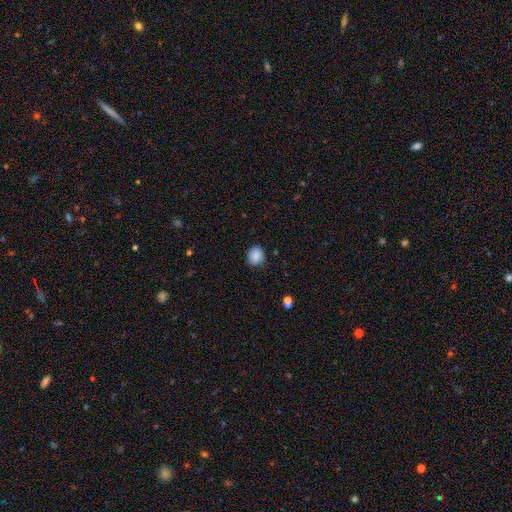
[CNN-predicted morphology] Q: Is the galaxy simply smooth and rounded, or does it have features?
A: smooth — 86%.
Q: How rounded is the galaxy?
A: round — 65%.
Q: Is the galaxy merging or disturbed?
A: none — 81%.